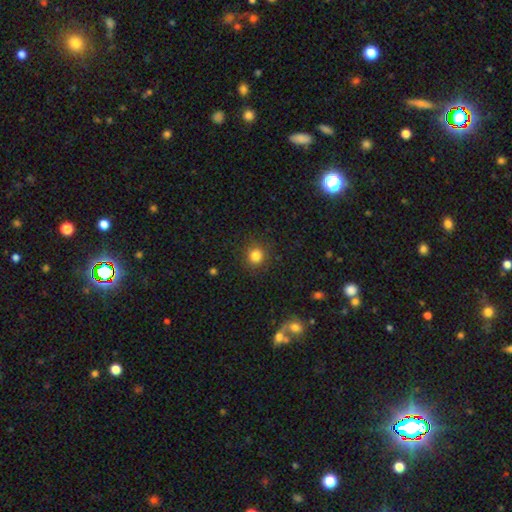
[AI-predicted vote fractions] smooth 83%, star or artifact 12%, featured or disk 5%. Down the decision tree: how rounded — round (90%); merging — none (89%).